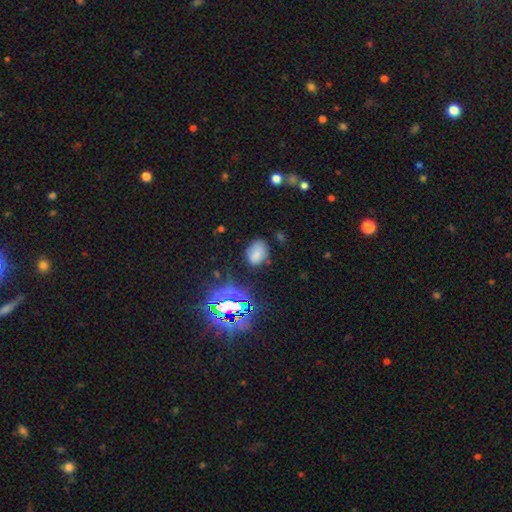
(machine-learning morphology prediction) smooth-or-featured: smooth: 70% | star or artifact: 21% | featured or disk: 9%
  how-rounded: in between: 76% | round: 22% | cigar-shaped: 1%
  merging: none: 71% | minor disturbance: 20% | major disturbance: 6% | merger: 3%